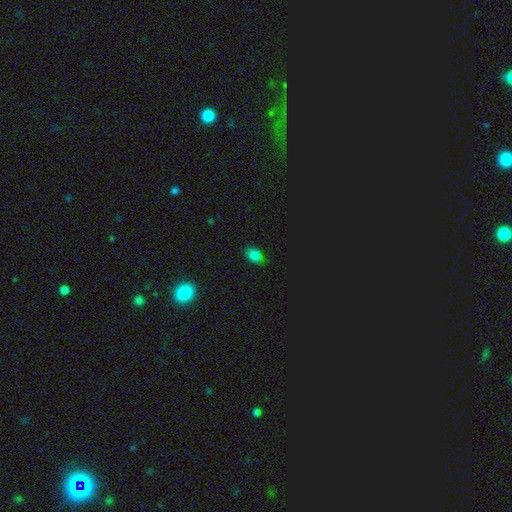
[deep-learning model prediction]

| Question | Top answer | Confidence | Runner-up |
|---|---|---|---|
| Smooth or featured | smooth | 70% | star or artifact (25%) |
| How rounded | in between | 71% | round (27%) |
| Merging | none | 77% | minor disturbance (17%) |